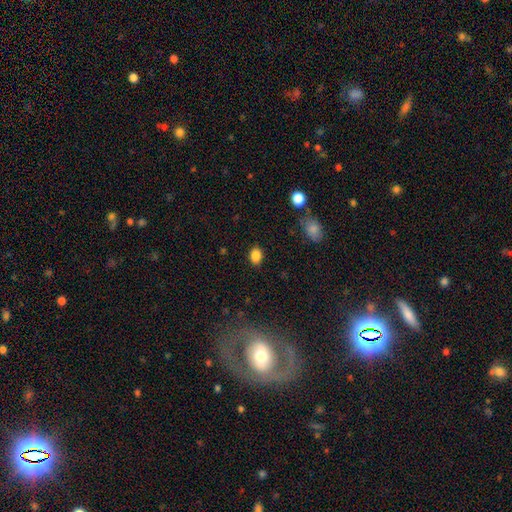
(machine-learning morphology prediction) This appears to be a smooth galaxy with no disk features (86%) that is in between round and cigar-shaped (71%). Merging: none (87%).